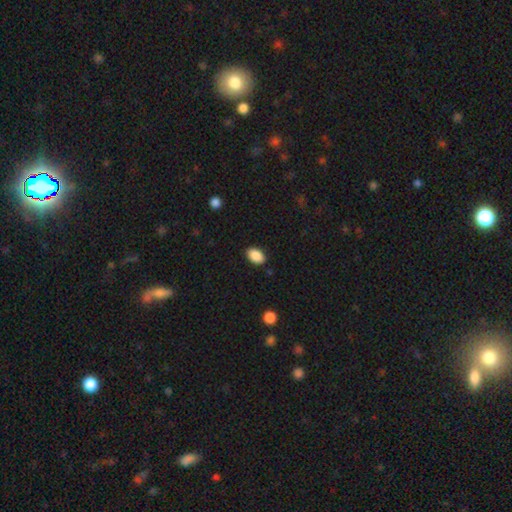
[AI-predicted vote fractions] This is clearly a smooth galaxy (89%). How rounded: clearly in between (88%). Merging: clearly none (88%).